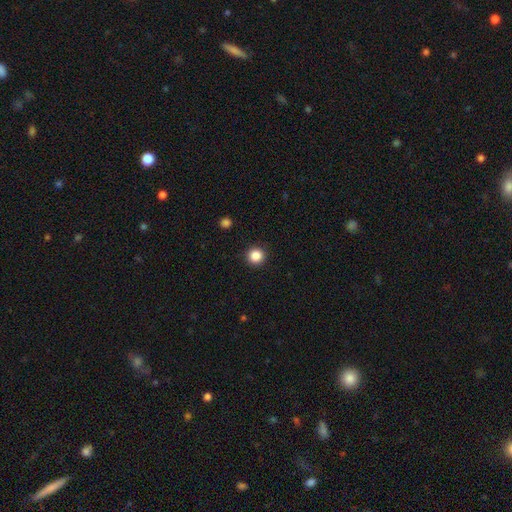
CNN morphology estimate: type=smooth (86%); roundness=round (95%); merging=none (92%).